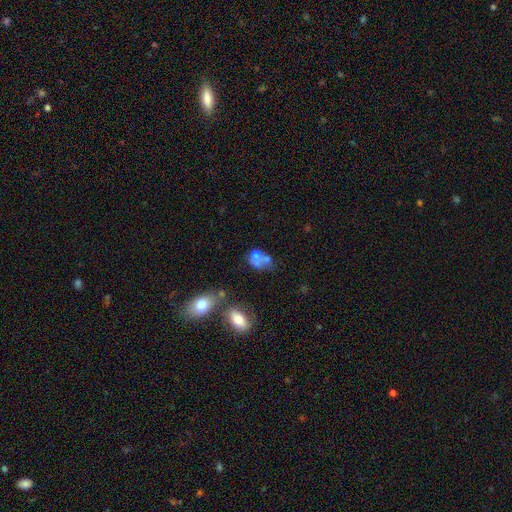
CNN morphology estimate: Q: Smooth or featured?
A: smooth (63%); runner-up: featured or disk (24%)
Q: How rounded?
A: in between (55%); runner-up: round (44%)
Q: Merging?
A: merger (45%); runner-up: none (26%)